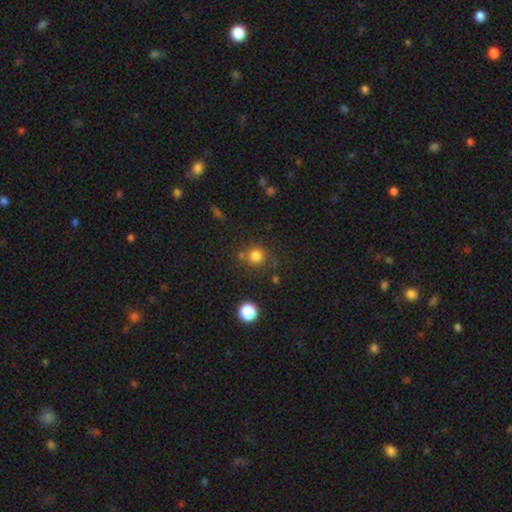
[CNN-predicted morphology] This is clearly a smooth galaxy (80%). How rounded: clearly round (90%). Merging: likely none (74%).